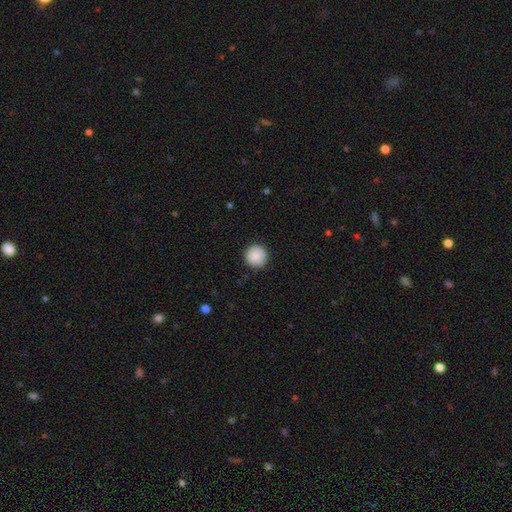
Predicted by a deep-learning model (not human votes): This appears to be a smooth galaxy with no disk features (89%) that is round (95%). Merging: none (90%).